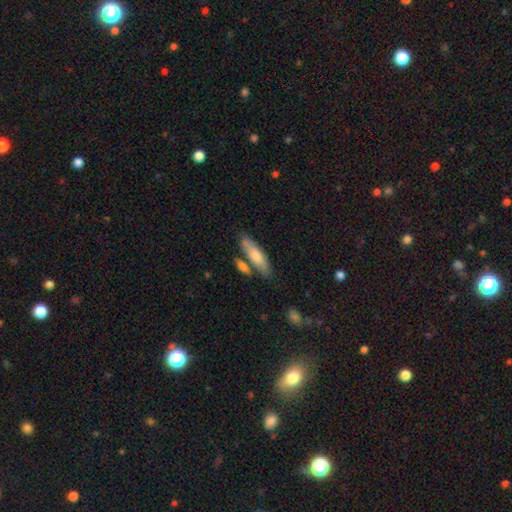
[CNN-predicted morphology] smooth_or_featured: smooth (p=0.67) [alt: featured or disk p=0.28]
how_rounded: cigar-shaped (p=0.57) [alt: in between p=0.41]
merging: none (p=0.66) [alt: merger p=0.15]